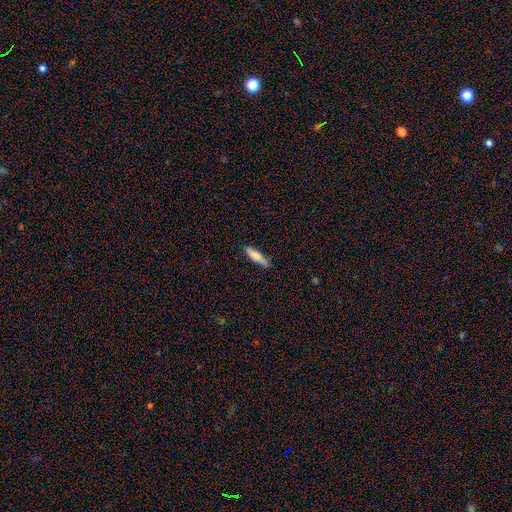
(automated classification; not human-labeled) A smooth galaxy with no disk features (73%) that is cigar-shaped (75%). Merging: none (85%).